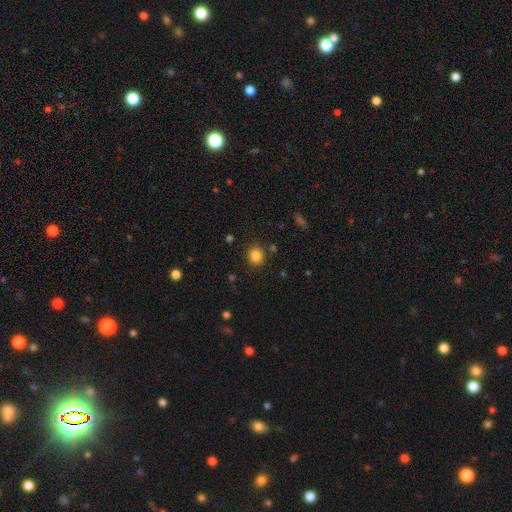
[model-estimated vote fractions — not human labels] smooth 84%, star or artifact 12%, featured or disk 5%. Down the decision tree: how rounded — round (82%); merging — none (87%).